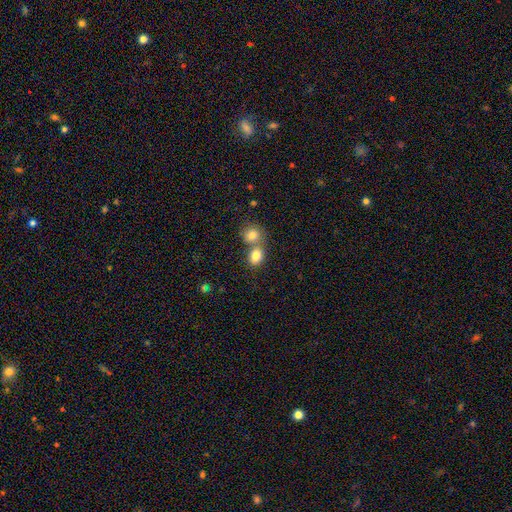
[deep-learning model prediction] smooth_or_featured: smooth (p=0.82) [alt: star or artifact p=0.10]
how_rounded: in between (p=0.51) [alt: round p=0.47]
merging: merger (p=0.48) [alt: none p=0.41]